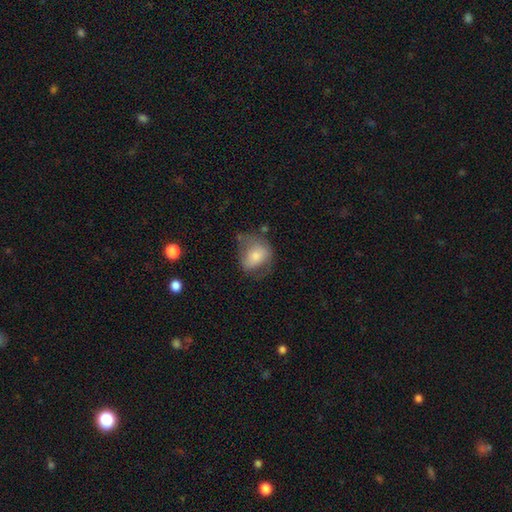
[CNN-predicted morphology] A smooth galaxy with no disk features (64%) that is in between round and cigar-shaped (59%).

Vote fractions:
- Smooth or featured? smooth: 64% / featured or disk: 28% / star or artifact: 7%
- How rounded? in between: 59% / round: 39% / cigar-shaped: 1%
- Merging? none: 37% / minor disturbance: 33% / major disturbance: 27% / merger: 4%